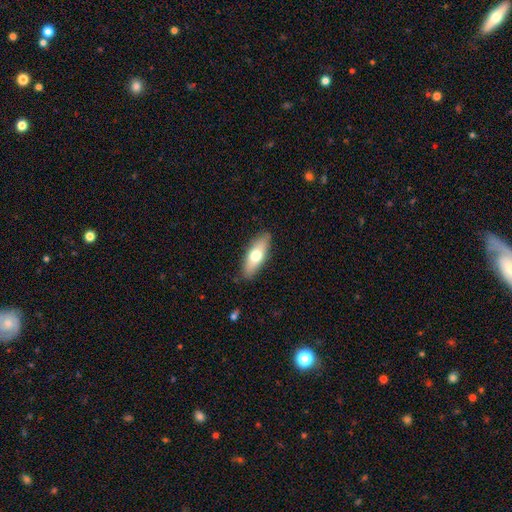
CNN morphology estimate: Smooth or featured? smooth (63%)
How rounded? in between (62%)
Merging? none (87%)